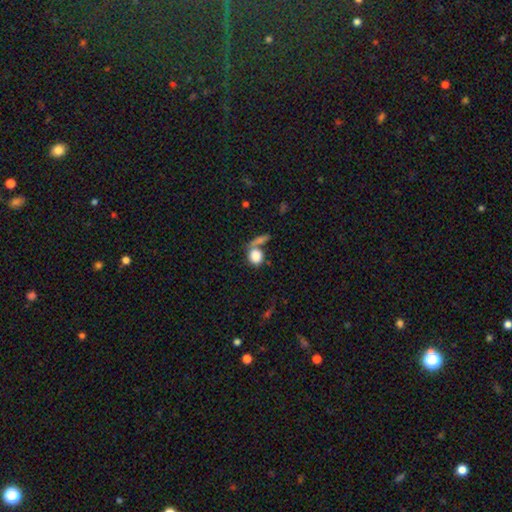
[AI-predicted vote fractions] Q: Smooth or featured?
A: smooth (83%); runner-up: featured or disk (8%)
Q: How rounded?
A: round (65%); runner-up: in between (32%)
Q: Merging?
A: none (45%); runner-up: merger (36%)